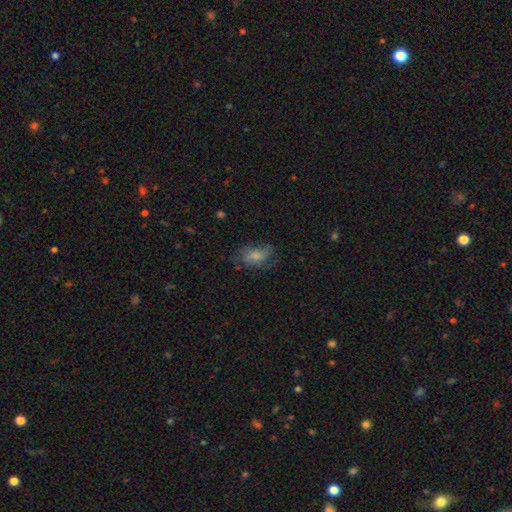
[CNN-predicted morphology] Overall: smooth (67%). How rounded: in between (85%). Merging: none (50%; minor disturbance 28%).